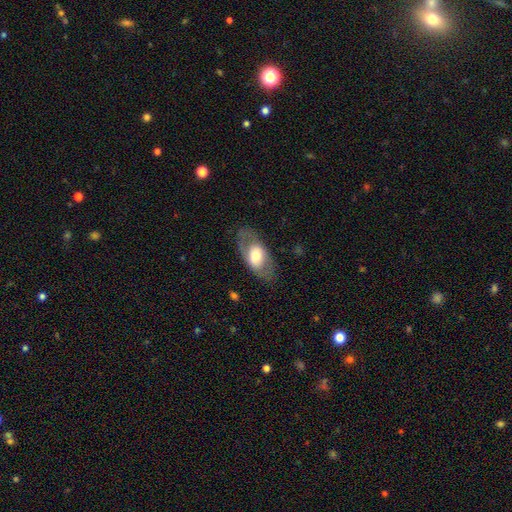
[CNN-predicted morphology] A smooth galaxy with no disk features (48%). Merging: none (77%).